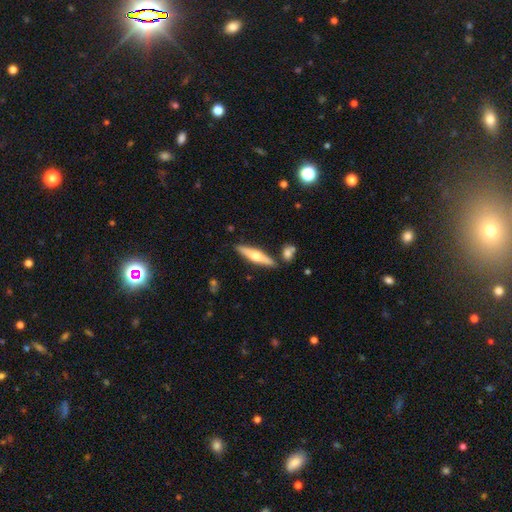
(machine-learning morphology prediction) This is possibly a featured or disk galaxy (54%). It is clearly viewed edge-on (94%). Edge-on bulge: clearly rounded (91%). Merging: clearly none (85%).